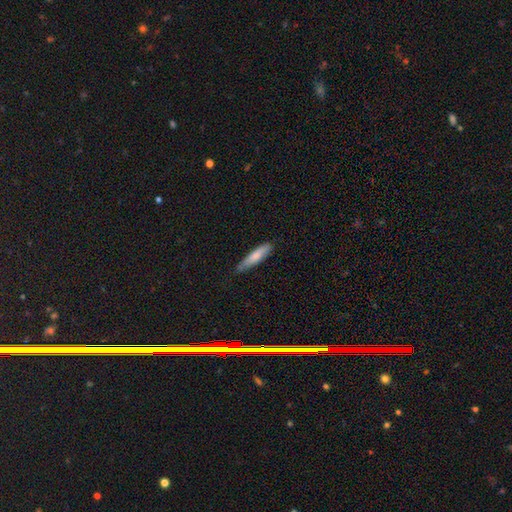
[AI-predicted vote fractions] Overall: smooth (76%). How rounded: cigar-shaped (80%). Merging: none (67%).